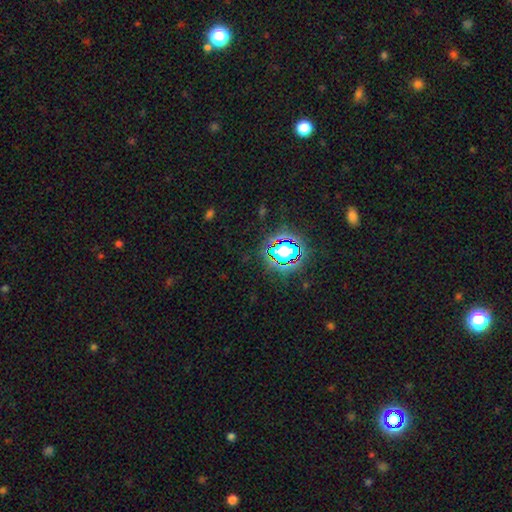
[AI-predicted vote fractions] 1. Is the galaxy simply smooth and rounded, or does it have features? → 77% star or artifact, 14% smooth, 9% featured or disk.